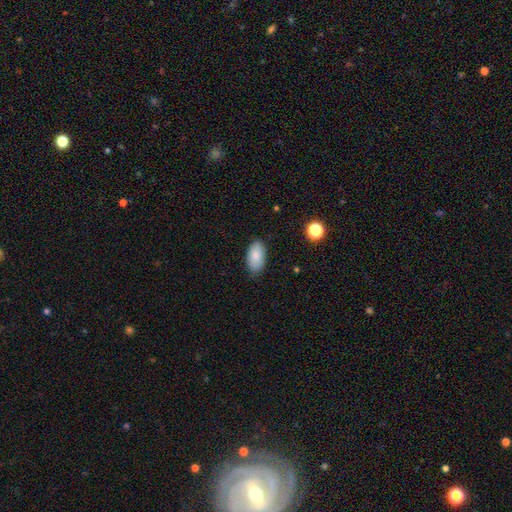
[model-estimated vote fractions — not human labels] Overall: smooth (83%). How rounded: in between (94%). Merging: none (82%).